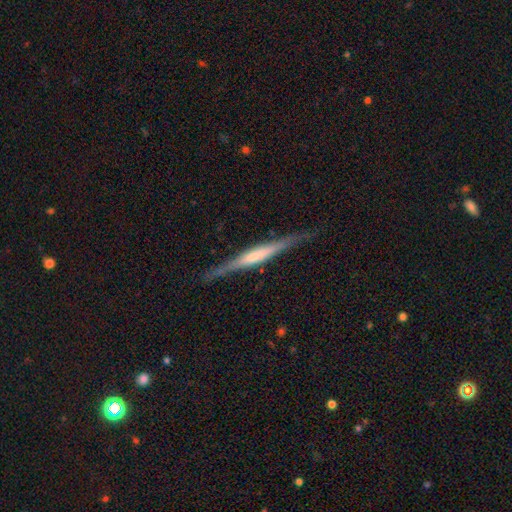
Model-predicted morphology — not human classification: A featured or disk galaxy (67%) viewed edge-on (97%) with no central bulge (39%).

Vote fractions:
- Smooth or featured? featured or disk: 67% / smooth: 28% / star or artifact: 5%
- Edge-on disk? yes: 97% / no: 3%
- Edge-on bulge? none: 39% / rounded: 33% / boxy: 28%
- Merging? none: 85% / minor disturbance: 11% / major disturbance: 2% / merger: 1%